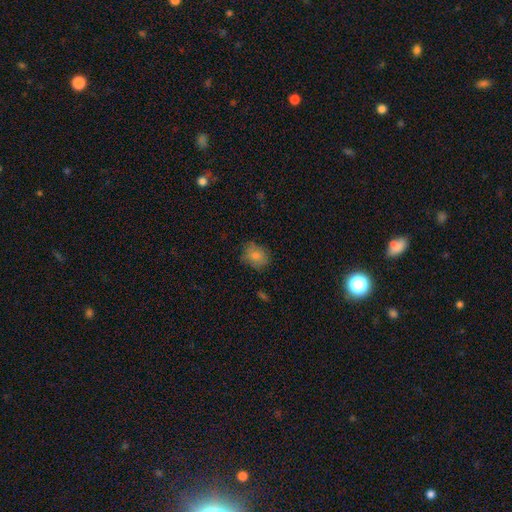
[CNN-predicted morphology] A smooth galaxy with no disk features (81%) that is round (51%).

Vote fractions:
- Smooth or featured? smooth: 81% / featured or disk: 10% / star or artifact: 9%
- How rounded? round: 51% / in between: 48% / cigar-shaped: 1%
- Merging? none: 71% / minor disturbance: 22% / major disturbance: 5% / merger: 1%